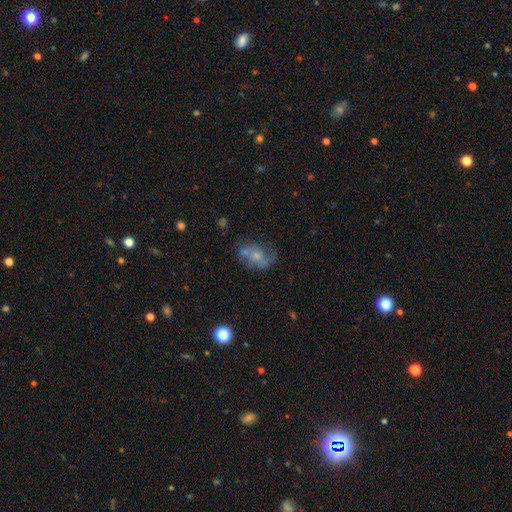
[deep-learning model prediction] Overall: featured or disk (50%; smooth 39%). Merging: none (44%; minor disturbance 23%).